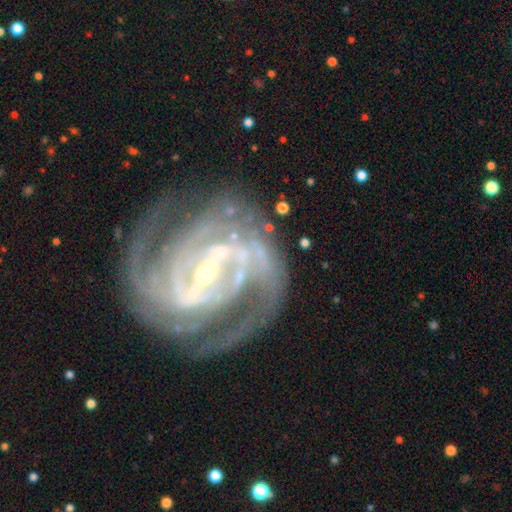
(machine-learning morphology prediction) The model was most divided on "spiral arm count": 2: 38%, 3: 22%, 4: 14%, can't tell: 13%, more than 4: 7%, 1: 6%. More confident: spiral arms — yes (98%); edge-on disk — no (97%); smooth or featured — featured or disk (93%); bulge size — small (78%); merging — none (74%); bar — strong (73%); spiral winding — tight (55%).